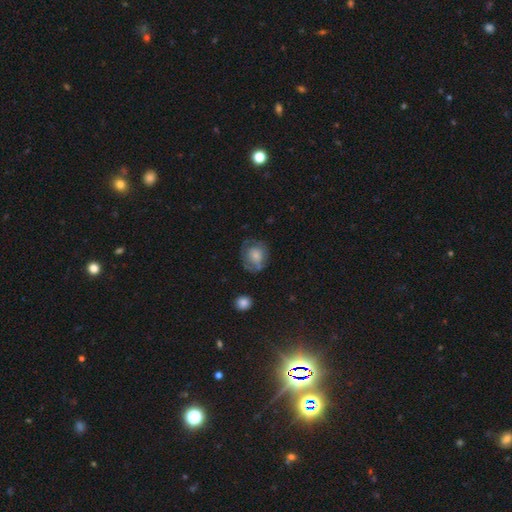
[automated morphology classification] Smooth or featured? Predicted: smooth (p=0.59). How rounded? Predicted: round (p=0.70). Merging? Predicted: none (p=0.57).